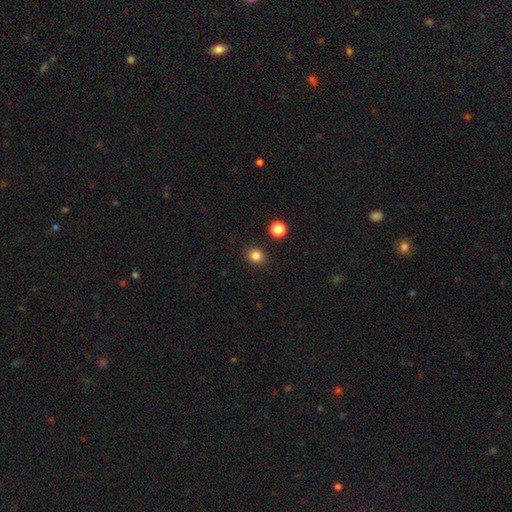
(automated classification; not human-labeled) Smooth or featured: smooth — 83% (star or artifact — 12%)
How rounded: round — 74% (in between — 25%)
Merging: none — 89% (minor disturbance — 7%)